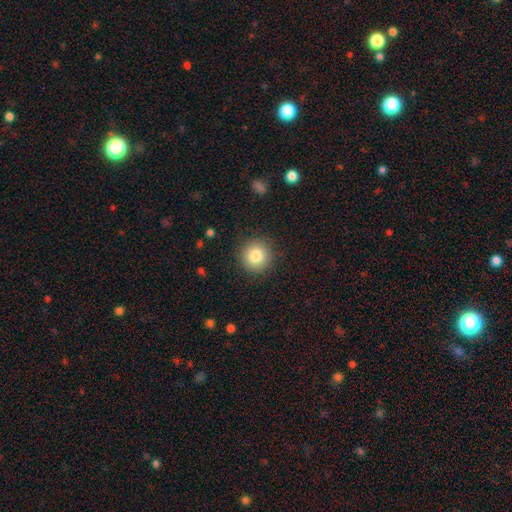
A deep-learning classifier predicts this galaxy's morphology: Smooth or featured?
  - smooth: 82% *
  - star or artifact: 9%
  - featured or disk: 8%
How rounded?
  - round: 94% *
  - in between: 5%
  - cigar-shaped: 1%
Merging?
  - none: 88% *
  - minor disturbance: 8%
  - major disturbance: 3%
  - merger: 1%